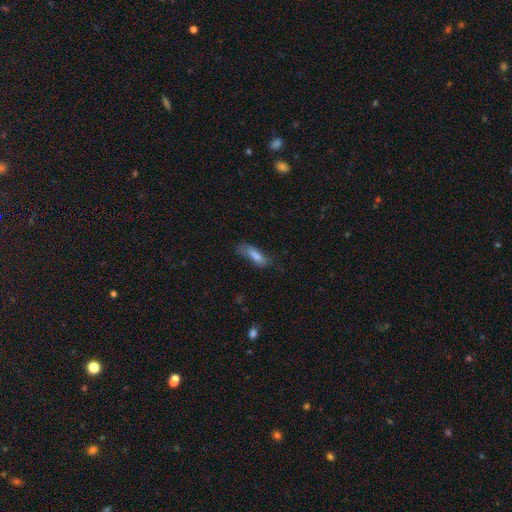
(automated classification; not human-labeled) Morphology: type=smooth (75%); roundness=in between (60%); merging=none (43%).